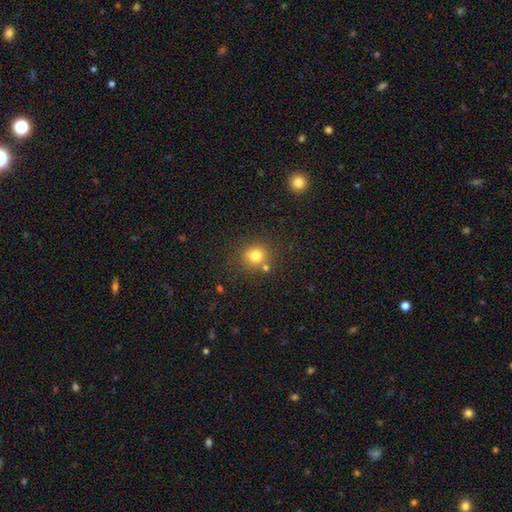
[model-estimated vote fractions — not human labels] smooth 77%, star or artifact 14%, featured or disk 8%. Down the decision tree: how rounded — round (88%); merging — none (73%).